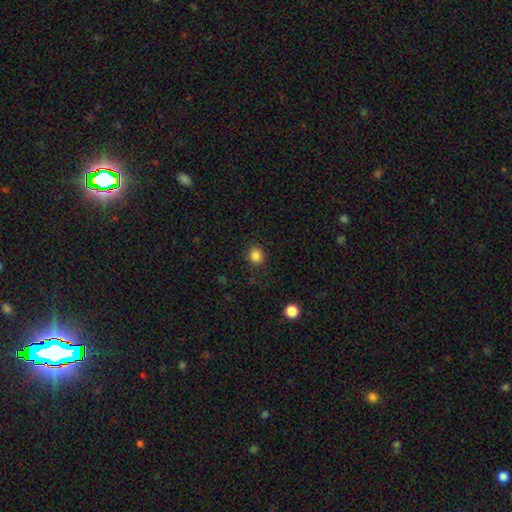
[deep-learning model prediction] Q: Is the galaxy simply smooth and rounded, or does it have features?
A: smooth — 85%.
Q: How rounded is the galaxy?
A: round — 84%.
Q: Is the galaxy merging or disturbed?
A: none — 87%.